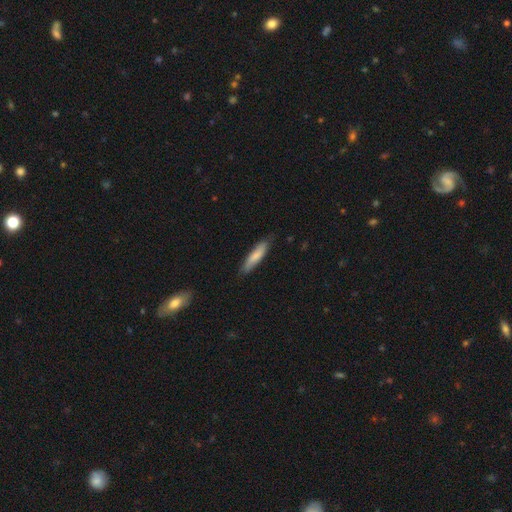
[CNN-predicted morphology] Q: Smooth or featured?
A: smooth (79%); runner-up: featured or disk (16%)
Q: How rounded?
A: cigar-shaped (78%); runner-up: in between (21%)
Q: Merging?
A: none (79%); runner-up: minor disturbance (17%)